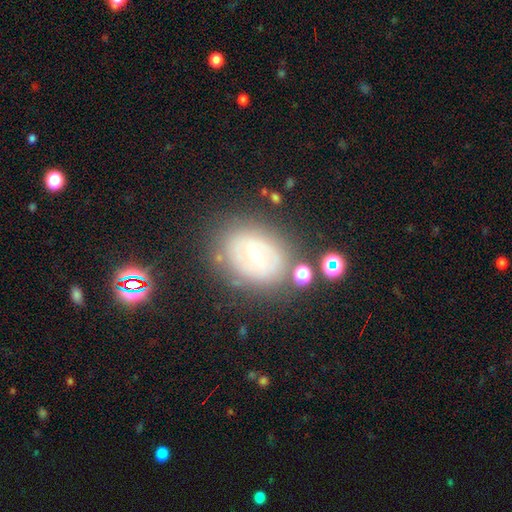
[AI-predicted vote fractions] Q: Smooth or featured?
A: featured or disk (56%); runner-up: smooth (33%)
Q: Edge-on disk?
A: no (94%); runner-up: yes (6%)
Q: Bar?
A: weak (46%); runner-up: no (31%)
Q: Spiral arms?
A: no (53%); runner-up: yes (47%)
Q: Bulge size?
A: small (58%); runner-up: moderate (31%)
Q: Merging?
A: none (70%); runner-up: minor disturbance (17%)